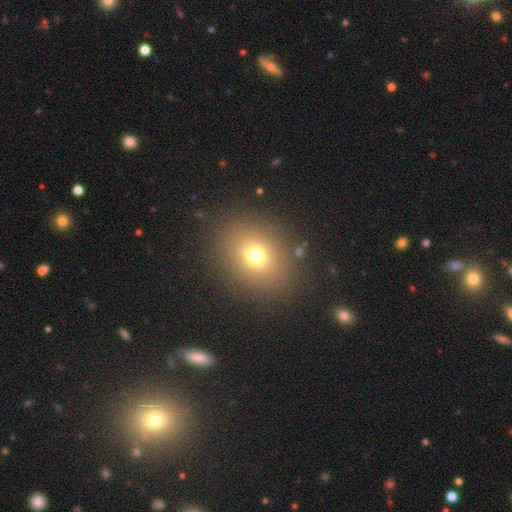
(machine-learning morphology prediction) Smooth or featured?
  - smooth: 71% *
  - star or artifact: 19%
  - featured or disk: 11%
How rounded?
  - round: 64% *
  - in between: 35%
  - cigar-shaped: 1%
Merging?
  - none: 86% *
  - minor disturbance: 8%
  - major disturbance: 5%
  - merger: 2%